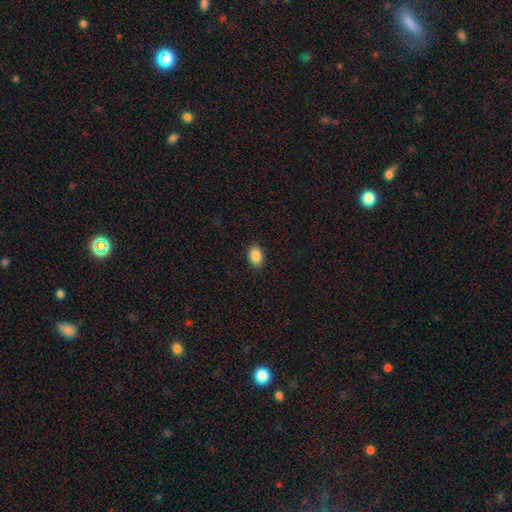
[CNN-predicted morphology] This is clearly a smooth galaxy (87%). How rounded: clearly in between (87%). Merging: clearly none (89%).